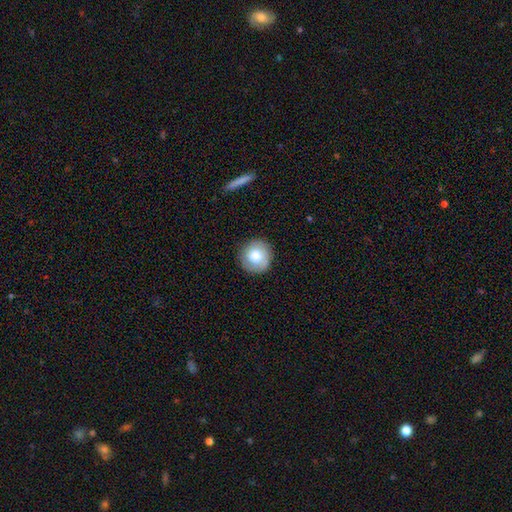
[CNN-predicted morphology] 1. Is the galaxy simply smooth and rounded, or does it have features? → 75% smooth, 17% featured or disk, 8% star or artifact.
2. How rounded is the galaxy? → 93% round, 6% in between, 1% cigar-shaped.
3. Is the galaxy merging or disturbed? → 84% none, 12% minor disturbance, 3% major disturbance, 1% merger.